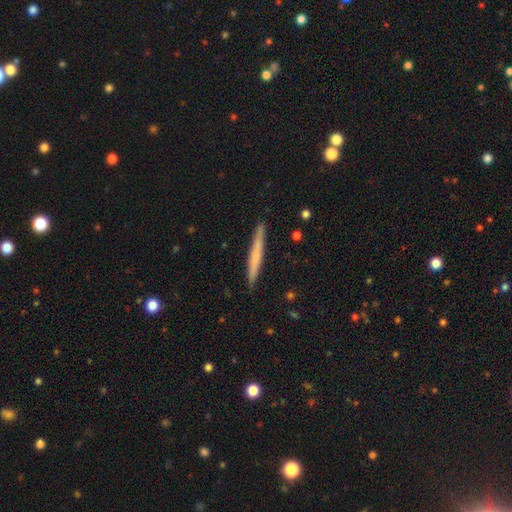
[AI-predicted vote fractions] Morphology: type=smooth (59%); roundness=cigar-shaped (97%); merging=none (90%).